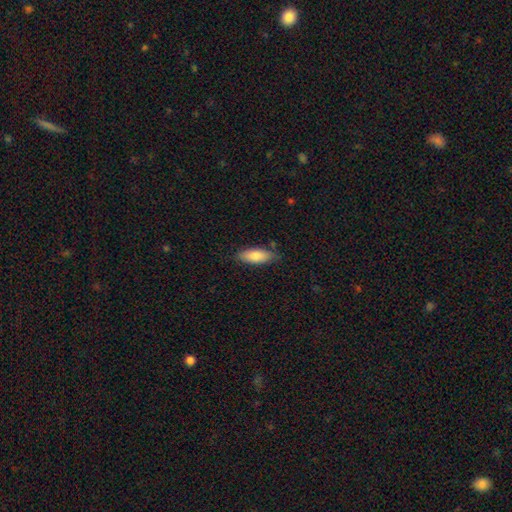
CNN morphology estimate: Smooth or featured? Predicted: smooth (p=0.83). How rounded? Predicted: in between (p=0.69). Merging? Predicted: none (p=0.79).